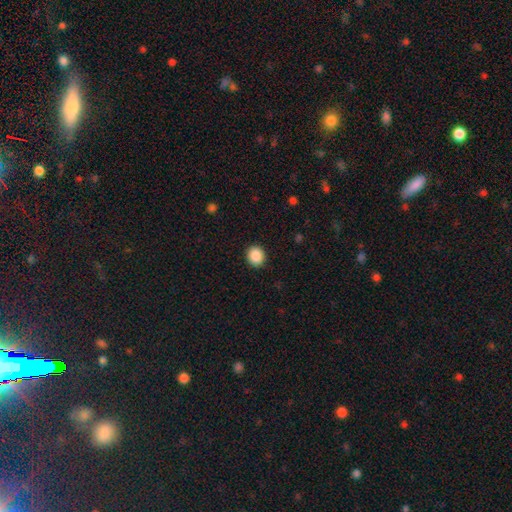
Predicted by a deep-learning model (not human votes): Smooth or featured?
  - smooth: 88% *
  - star or artifact: 9%
  - featured or disk: 3%
How rounded?
  - round: 81% *
  - in between: 18%
  - cigar-shaped: 1%
Merging?
  - none: 91% *
  - minor disturbance: 6%
  - major disturbance: 2%
  - merger: 1%